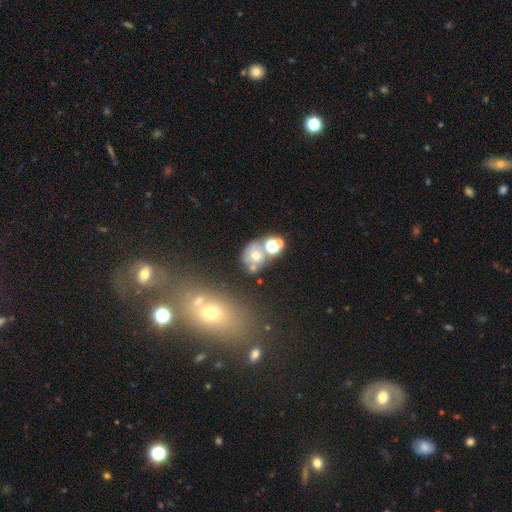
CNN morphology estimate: type=smooth (53%); roundness=round (59%); merging=none (46%).